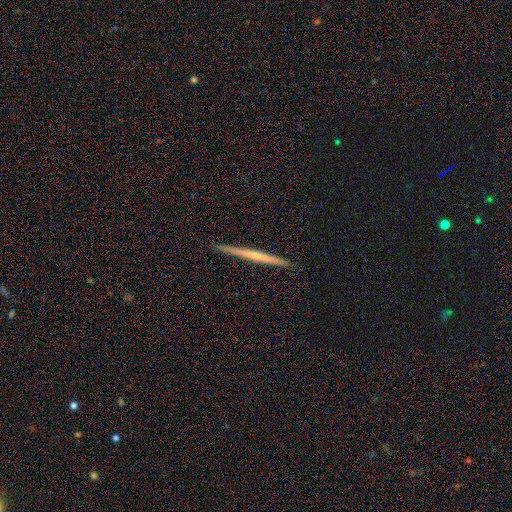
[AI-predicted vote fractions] A featured or disk galaxy (60%) viewed edge-on (98%) with no central bulge (67%). Merging: none (92%).